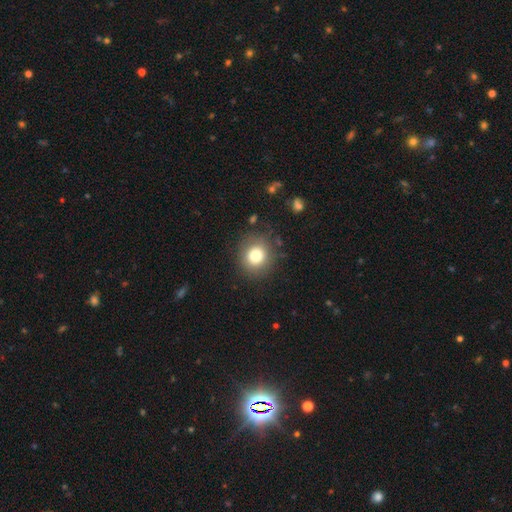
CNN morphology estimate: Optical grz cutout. It shows a smooth galaxy with no disk features (78%) that is round (87%). Merging: none (84%).